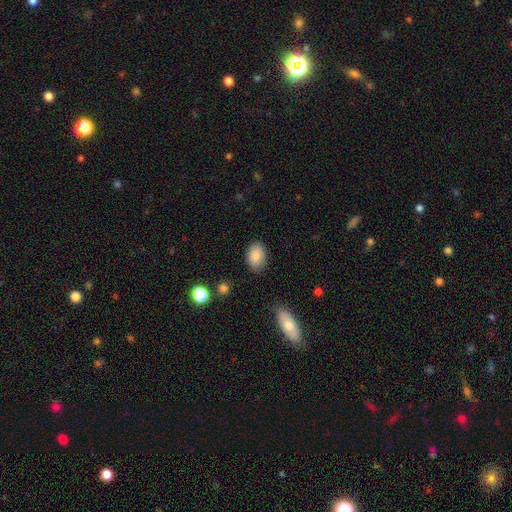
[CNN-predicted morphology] Smooth or featured? smooth (88%)
How rounded? in between (87%)
Merging? none (83%)